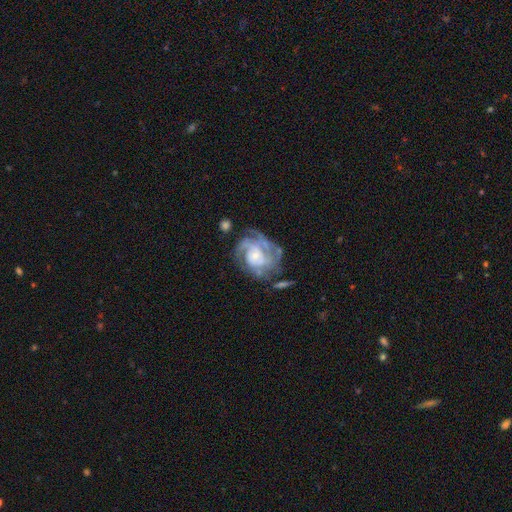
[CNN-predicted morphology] Q: Smooth or featured?
A: featured or disk (83%); runner-up: smooth (11%)
Q: Edge-on disk?
A: no (98%); runner-up: yes (2%)
Q: Bar?
A: no (75%); runner-up: weak (21%)
Q: Spiral arms?
A: yes (91%); runner-up: no (9%)
Q: Spiral winding?
A: tight (59%); runner-up: medium (32%)
Q: Spiral arm count?
A: can't tell (34%); runner-up: 3 (25%)
Q: Bulge size?
A: small (66%); runner-up: moderate (28%)
Q: Merging?
A: none (54%); runner-up: minor disturbance (22%)